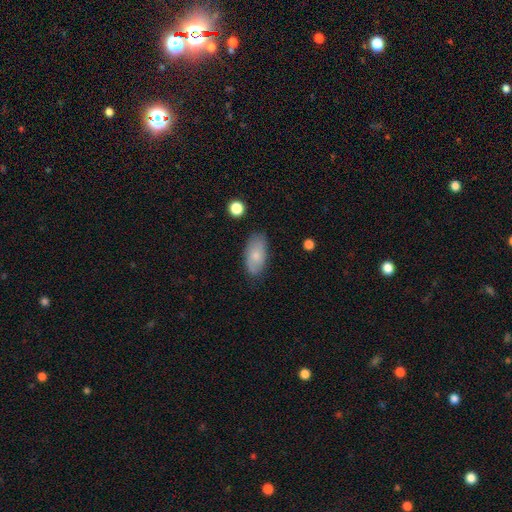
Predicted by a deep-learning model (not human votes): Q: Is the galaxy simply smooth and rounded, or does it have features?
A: smooth — 75%.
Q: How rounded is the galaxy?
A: in between — 93%.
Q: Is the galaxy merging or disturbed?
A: none — 78%.